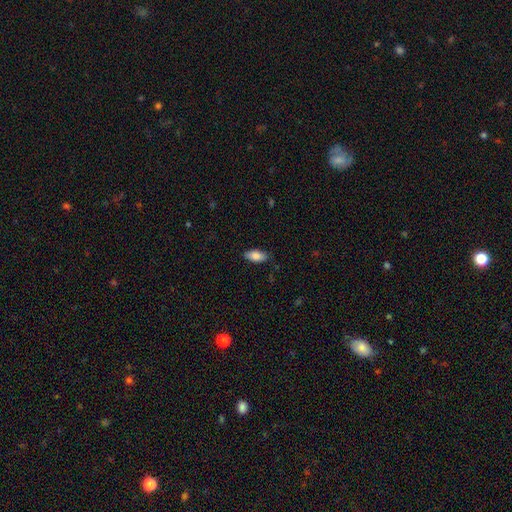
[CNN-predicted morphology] A smooth galaxy with no disk features (82%) that is in between round and cigar-shaped (91%).

Vote fractions:
- Smooth or featured? smooth: 82% / featured or disk: 12% / star or artifact: 7%
- How rounded? in between: 91% / cigar-shaped: 7% / round: 2%
- Merging? none: 86% / minor disturbance: 11% / major disturbance: 2% / merger: 1%